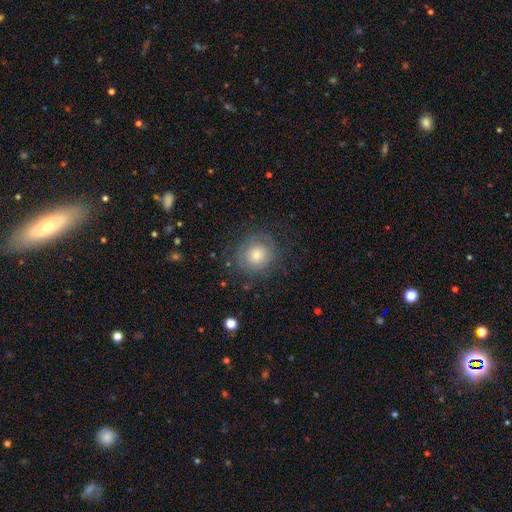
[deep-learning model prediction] smooth_or_featured: smooth (p=0.65) [alt: featured or disk p=0.23]
how_rounded: round (p=0.88) [alt: in between p=0.11]
merging: none (p=0.78) [alt: minor disturbance p=0.14]